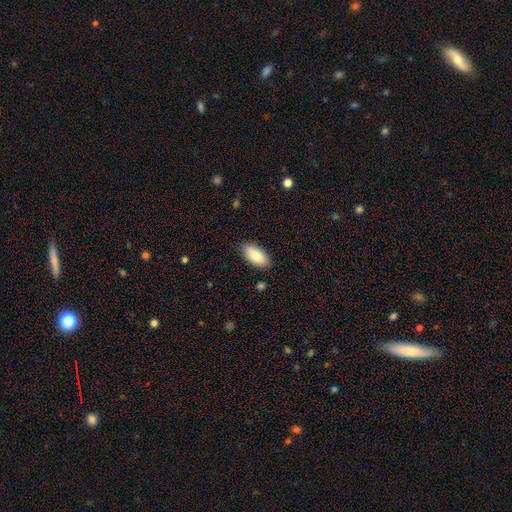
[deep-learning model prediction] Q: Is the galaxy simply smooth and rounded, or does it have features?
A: smooth — 85%.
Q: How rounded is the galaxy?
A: in between — 93%.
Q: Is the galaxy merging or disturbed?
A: none — 86%.